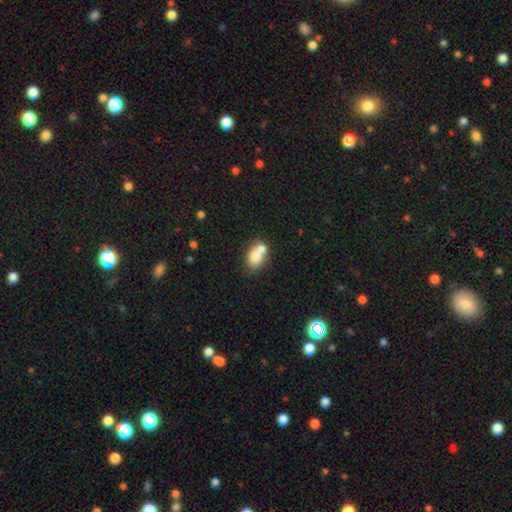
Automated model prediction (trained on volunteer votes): This is likely a smooth galaxy (74%). How rounded: likely in between (71%). Merging: possibly merger (48%).